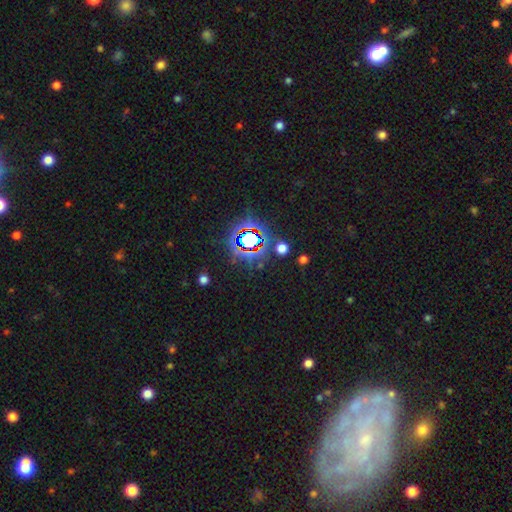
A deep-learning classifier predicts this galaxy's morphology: star or artifact 60%, featured or disk 23%, smooth 17%.